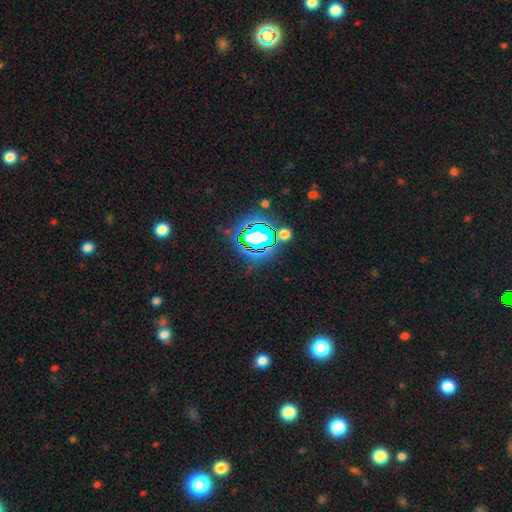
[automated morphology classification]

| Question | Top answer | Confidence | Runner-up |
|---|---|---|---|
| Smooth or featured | star or artifact | 79% | smooth (13%) |